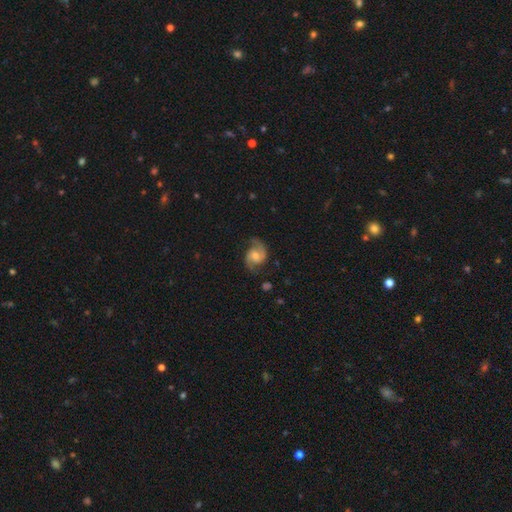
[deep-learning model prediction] smooth-or-featured: featured or disk: 89% | smooth: 6% | star or artifact: 5%
  disk-edge-on: no: 98% | yes: 2%
    bar: no: 50% | weak: 41% | strong: 8%
    has-spiral-arms: yes: 98% | no: 2%
      spiral-winding: medium: 57% | loose: 25% | tight: 18%
      spiral-arm-count: 2: 93% | can't tell: 2% | 1: 1% | 3: 1% | 4: 1% | more than 4: 1%
    bulge-size: moderate: 52% | small: 35% | none: 7% | large: 5% | dominant: 1%
  merging: none: 79% | minor disturbance: 14% | major disturbance: 5% | merger: 1%